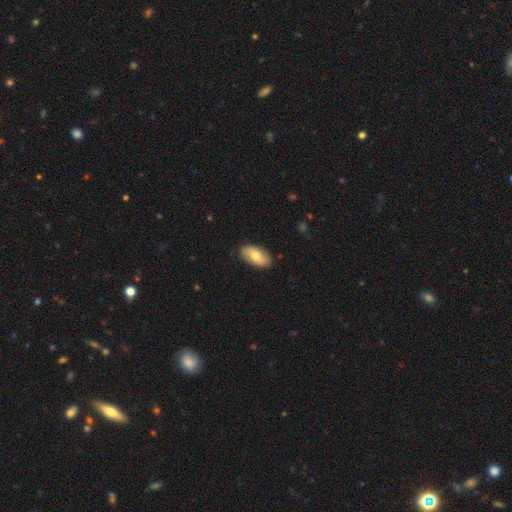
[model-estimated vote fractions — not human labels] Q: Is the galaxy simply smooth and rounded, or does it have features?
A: smooth — 71%.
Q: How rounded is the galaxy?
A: in between — 93%.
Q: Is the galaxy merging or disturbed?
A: none — 86%.